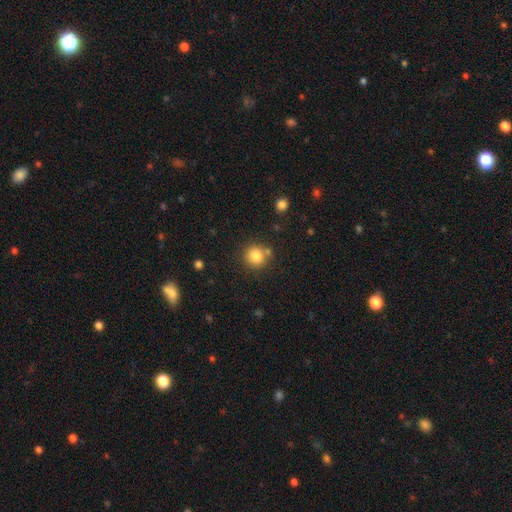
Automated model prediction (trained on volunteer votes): Smooth or featured? Predicted: smooth (p=0.84). How rounded? Predicted: round (p=0.91). Merging? Predicted: none (p=0.76).